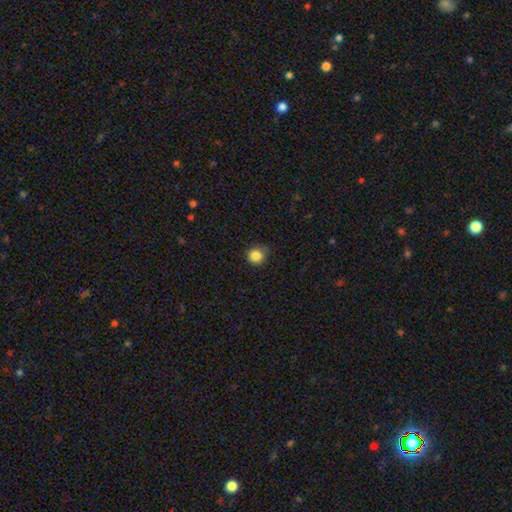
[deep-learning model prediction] A smooth galaxy with no disk features (85%) that is round (90%).

Vote fractions:
- Smooth or featured? smooth: 85% / star or artifact: 11% / featured or disk: 4%
- How rounded? round: 90% / in between: 9% / cigar-shaped: 1%
- Merging? none: 77% / minor disturbance: 19% / major disturbance: 3% / merger: 1%